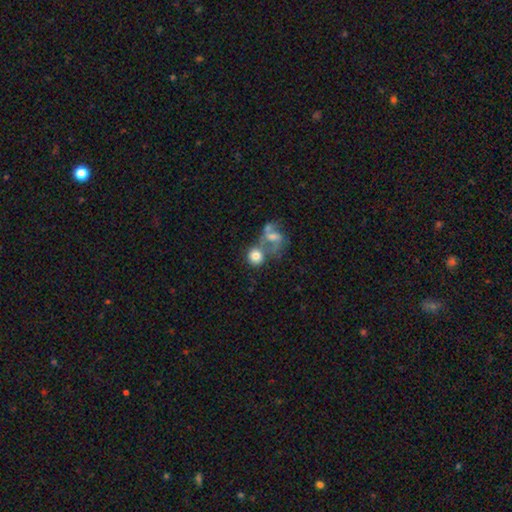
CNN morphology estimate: A smooth galaxy with no disk features (75%) that is round (82%).

Vote fractions:
- Smooth or featured? smooth: 75% / featured or disk: 16% / star or artifact: 9%
- How rounded? round: 82% / in between: 16% / cigar-shaped: 1%
- Merging? merger: 43% / none: 40% / minor disturbance: 10% / major disturbance: 8%